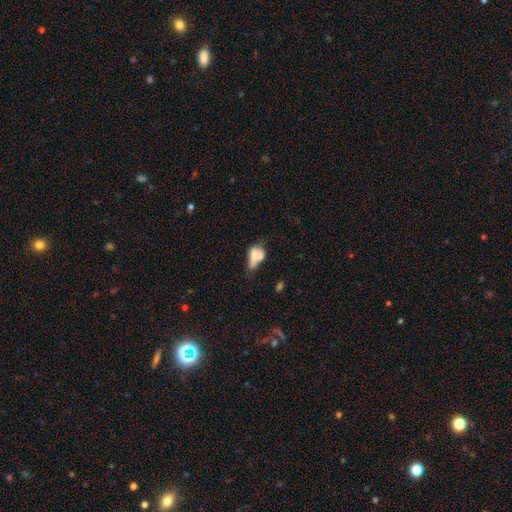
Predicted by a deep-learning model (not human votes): Smooth or featured? smooth (58%)
How rounded? in between (77%)
Merging? merger (39%)